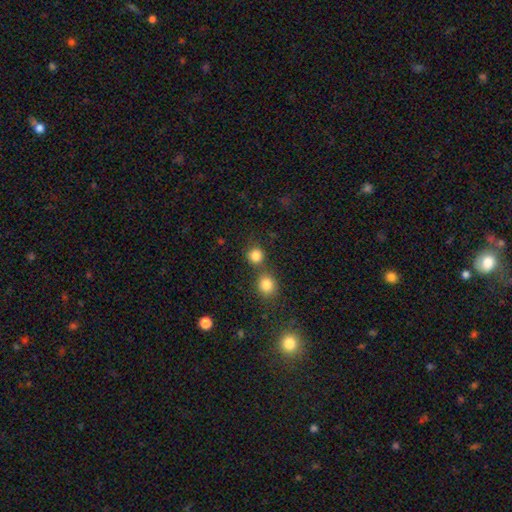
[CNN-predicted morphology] A smooth galaxy with no disk features (83%) that is round (90%).

Vote fractions:
- Smooth or featured? smooth: 83% / star or artifact: 12% / featured or disk: 5%
- How rounded? round: 90% / in between: 9% / cigar-shaped: 1%
- Merging? none: 66% / merger: 23% / minor disturbance: 7% / major disturbance: 3%